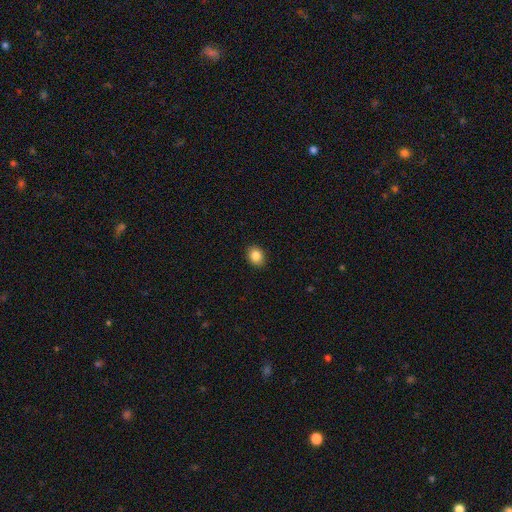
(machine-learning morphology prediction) smooth 86%, star or artifact 9%, featured or disk 5%. Down the decision tree: how rounded — in between (56%); merging — none (90%).